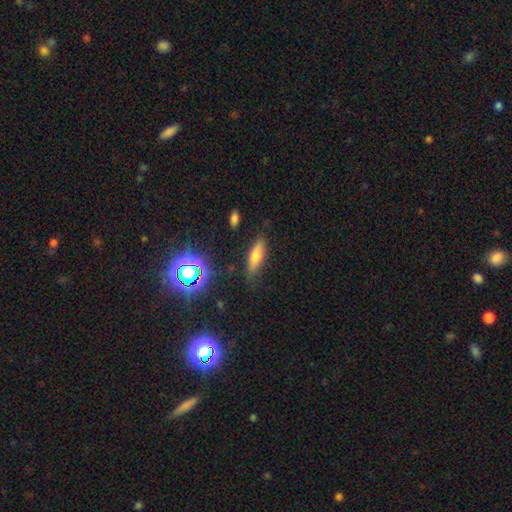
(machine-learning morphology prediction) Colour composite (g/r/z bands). It shows a smooth galaxy with no disk features (65%) that is in between round and cigar-shaped (53%). Merging: none (81%).